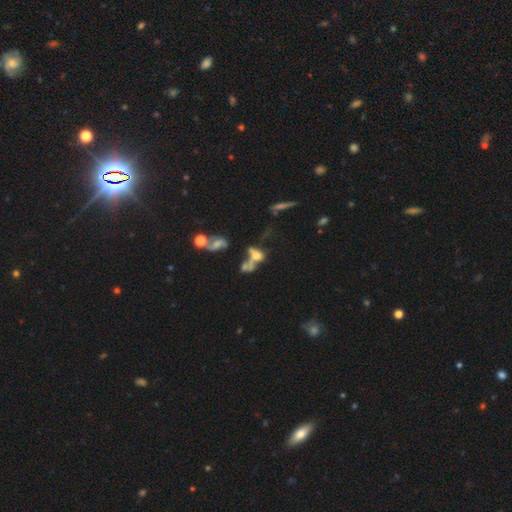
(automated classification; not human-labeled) Smooth or featured? smooth (44%)
Merging? merger (51%)